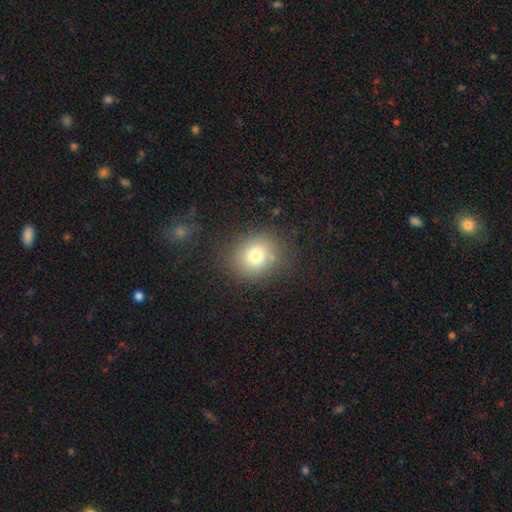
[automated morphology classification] smooth_or_featured: smooth (p=0.75) [alt: star or artifact p=0.14]
how_rounded: round (p=0.75) [alt: in between p=0.24]
merging: none (p=0.81) [alt: minor disturbance p=0.11]